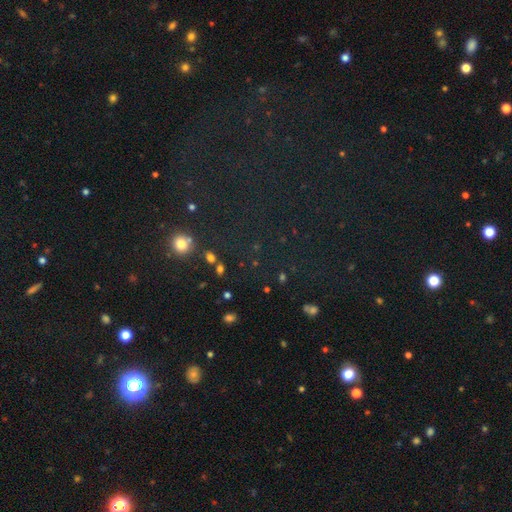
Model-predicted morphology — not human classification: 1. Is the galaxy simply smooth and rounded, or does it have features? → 67% star or artifact, 24% smooth, 9% featured or disk.